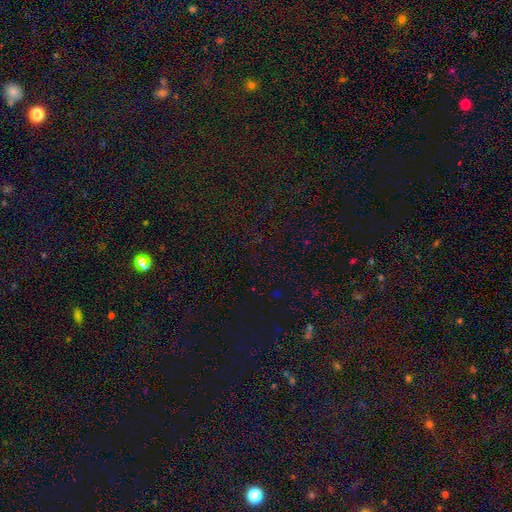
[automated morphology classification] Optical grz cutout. It shows a star or artifact, not a galaxy (73%).